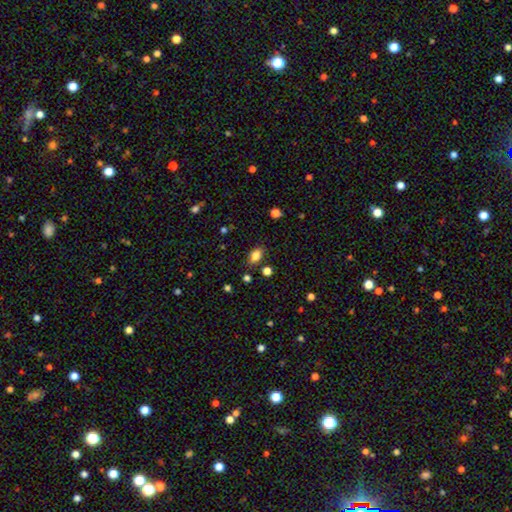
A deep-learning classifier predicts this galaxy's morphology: Smooth or featured? smooth (83%)
How rounded? in between (84%)
Merging? none (83%)